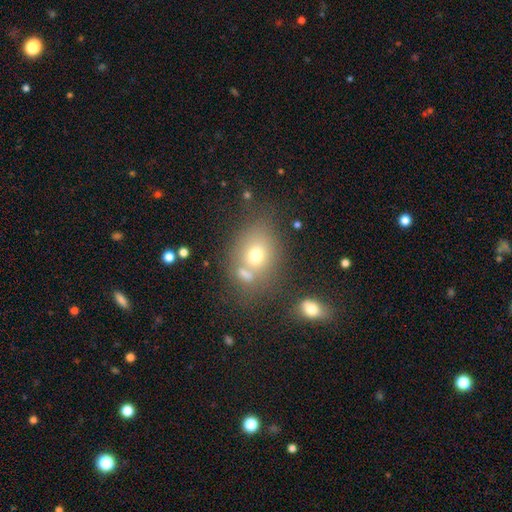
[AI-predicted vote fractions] This appears to be a smooth galaxy with no disk features (65%) that is in between round and cigar-shaped (50%). Merging: none (49%).